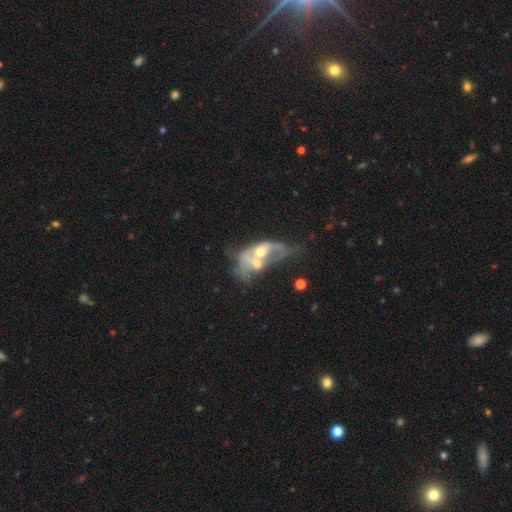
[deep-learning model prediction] Smooth or featured: featured or disk — 63% (smooth — 26%)
Edge-on disk: no — 92% (yes — 8%)
Bar: no — 79% (weak — 16%)
Spiral arms: no — 70% (yes — 30%)
Bulge size: moderate — 58% (small — 24%)
Merging: merger — 63% (major disturbance — 19%)